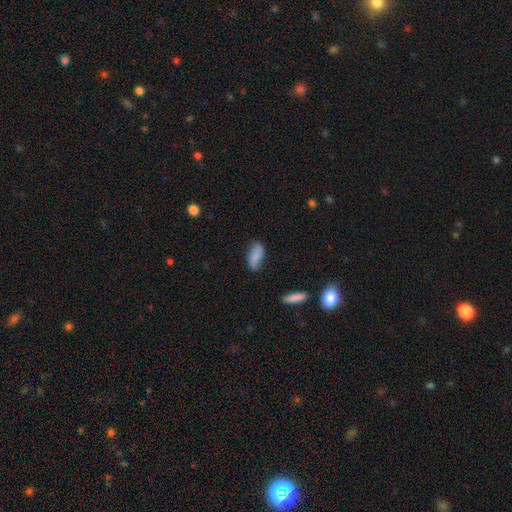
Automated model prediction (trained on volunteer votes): Q: Smooth or featured?
A: smooth (78%); runner-up: featured or disk (15%)
Q: How rounded?
A: in between (83%); runner-up: cigar-shaped (15%)
Q: Merging?
A: none (72%); runner-up: minor disturbance (21%)